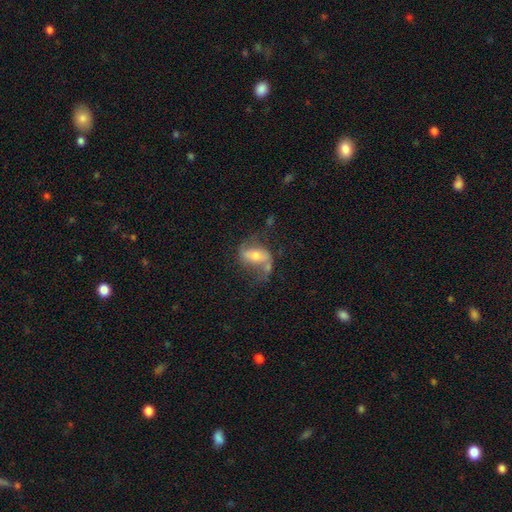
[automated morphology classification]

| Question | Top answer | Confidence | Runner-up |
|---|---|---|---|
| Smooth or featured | featured or disk | 66% | smooth (26%) |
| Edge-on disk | no | 93% | yes (7%) |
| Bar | strong | 41% | weak (32%) |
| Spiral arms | yes | 81% | no (19%) |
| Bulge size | moderate | 53% | small (34%) |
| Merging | none | 48% | major disturbance (23%) |